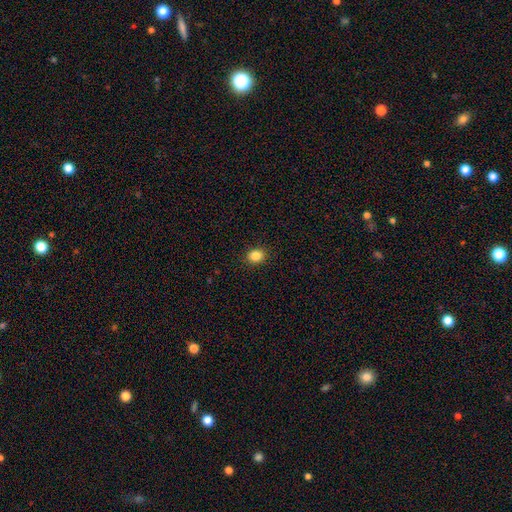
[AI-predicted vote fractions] Smooth or featured? smooth (85%)
How rounded? round (67%)
Merging? none (91%)